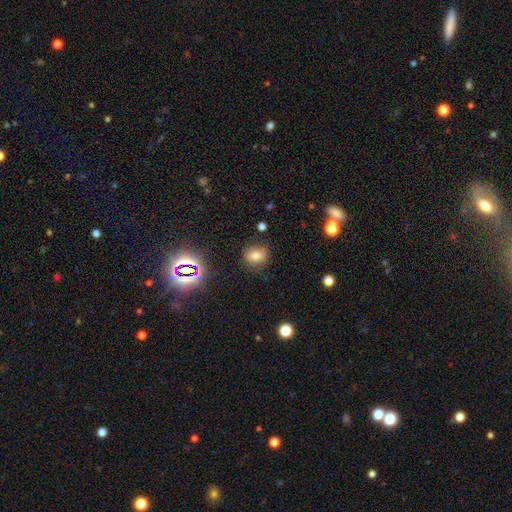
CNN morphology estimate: type=smooth (70%); roundness=round (58%); merging=none (80%).